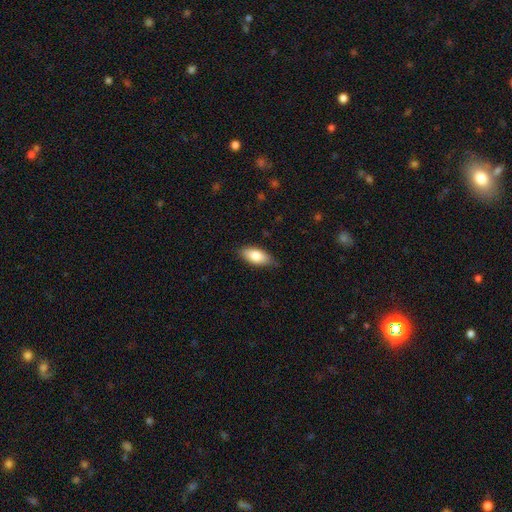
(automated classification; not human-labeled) Q: Smooth or featured?
A: smooth (81%); runner-up: featured or disk (13%)
Q: How rounded?
A: in between (87%); runner-up: cigar-shaped (11%)
Q: Merging?
A: none (80%); runner-up: minor disturbance (16%)